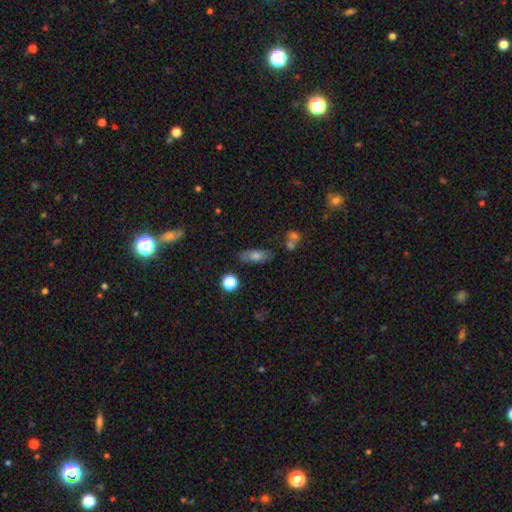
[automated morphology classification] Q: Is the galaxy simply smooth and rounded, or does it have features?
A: smooth — 67%.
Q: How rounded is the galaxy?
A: in between — 72%.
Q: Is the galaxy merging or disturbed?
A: none — 75%.